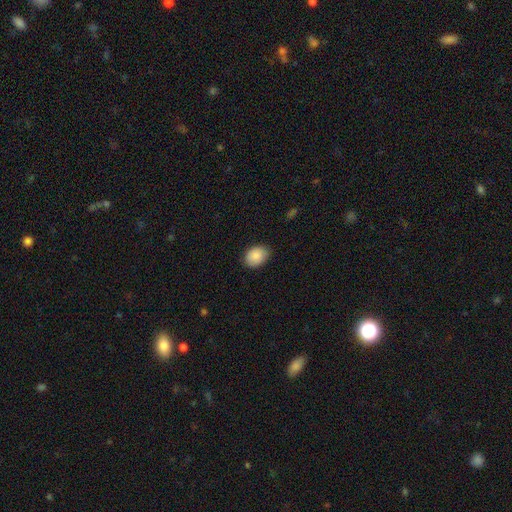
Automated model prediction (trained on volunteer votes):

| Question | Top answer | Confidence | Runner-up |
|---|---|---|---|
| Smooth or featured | smooth | 88% | star or artifact (7%) |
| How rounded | in between | 73% | round (27%) |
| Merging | none | 83% | minor disturbance (14%) |